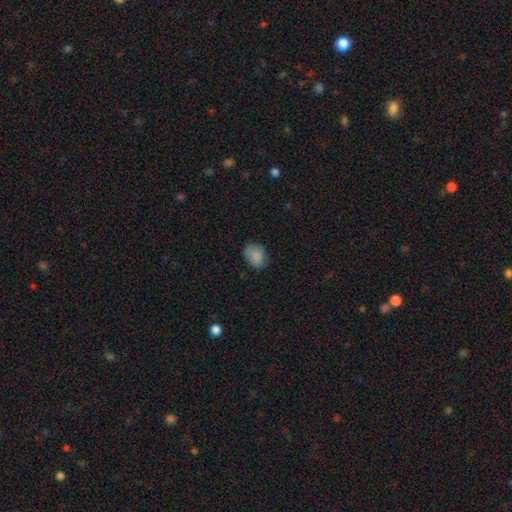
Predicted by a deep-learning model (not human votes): A smooth galaxy with no disk features (83%) that is in between round and cigar-shaped (54%). Merging: none (67%).